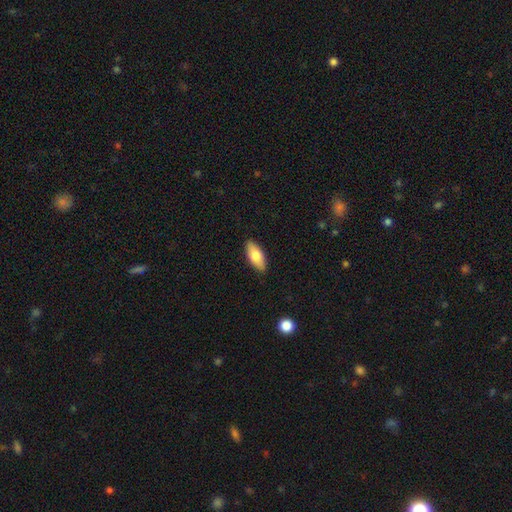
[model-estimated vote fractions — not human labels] smooth-or-featured: smooth: 77% | featured or disk: 17% | star or artifact: 6%
  how-rounded: in between: 85% | cigar-shaped: 12% | round: 2%
  merging: none: 87% | minor disturbance: 10% | major disturbance: 2% | merger: 1%